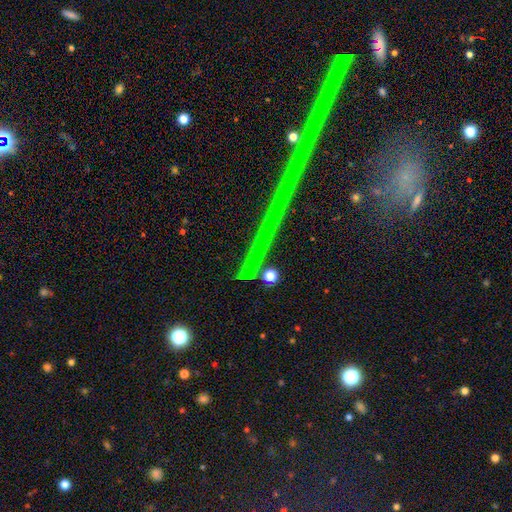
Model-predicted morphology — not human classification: This appears to be a star or artifact, not a galaxy (73%).